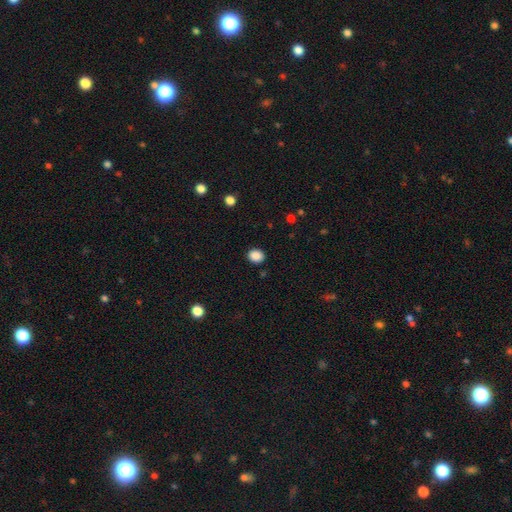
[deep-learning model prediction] A smooth galaxy with no disk features (88%) that is round (54%). Merging: none (89%).